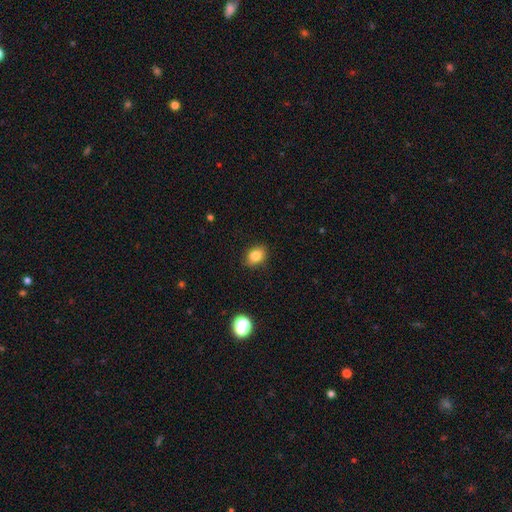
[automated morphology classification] Smooth or featured? smooth (83%)
How rounded? in between (64%)
Merging? none (87%)